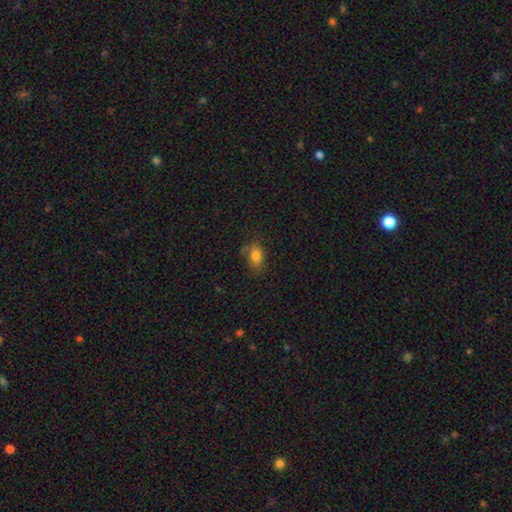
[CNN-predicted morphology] Smooth or featured? smooth (79%)
How rounded? in between (79%)
Merging? none (67%)